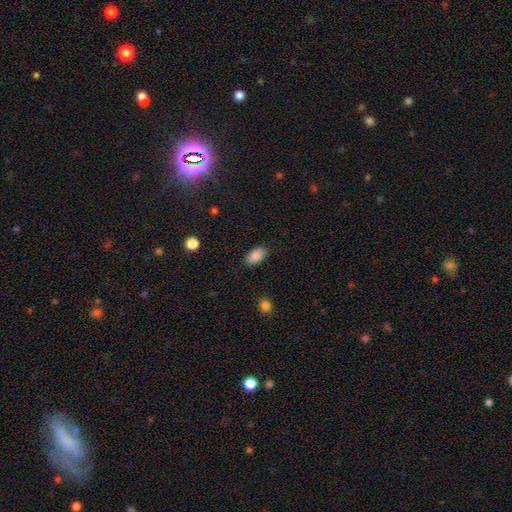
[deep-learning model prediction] A smooth galaxy with no disk features (88%) that is in between round and cigar-shaped (93%). Merging: none (87%).